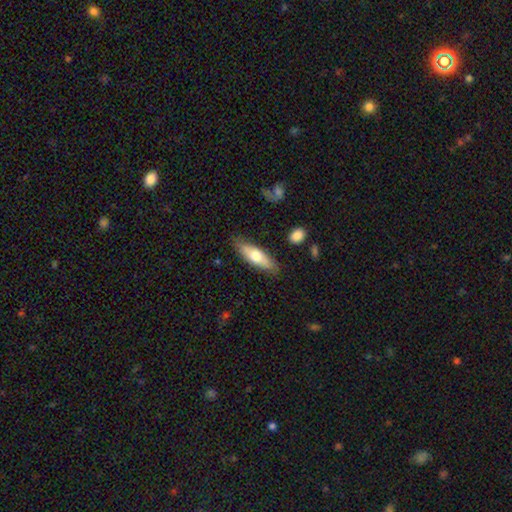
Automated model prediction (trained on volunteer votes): smooth 64%, featured or disk 30%, star or artifact 5%. Down the decision tree: how rounded — in between (51%); merging — none (82%).